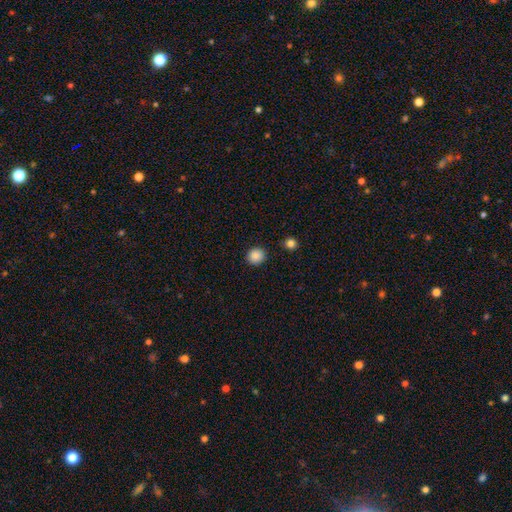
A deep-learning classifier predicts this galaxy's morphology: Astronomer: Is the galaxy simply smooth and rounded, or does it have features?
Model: smooth — 88%.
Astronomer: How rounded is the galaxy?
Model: round — 89%.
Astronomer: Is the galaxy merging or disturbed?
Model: none — 91%.